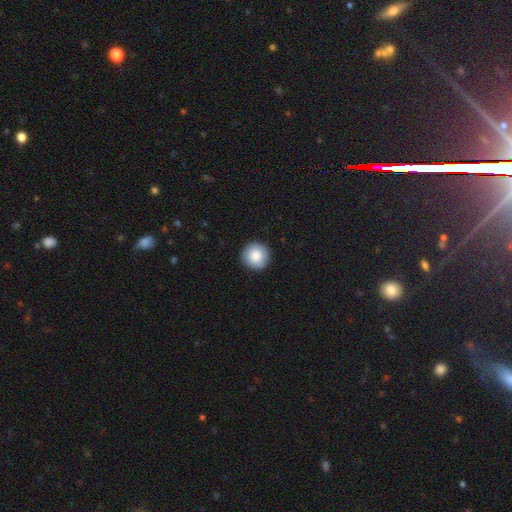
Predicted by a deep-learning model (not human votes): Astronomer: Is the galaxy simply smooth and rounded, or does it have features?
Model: smooth — 86%.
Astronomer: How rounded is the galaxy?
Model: round — 95%.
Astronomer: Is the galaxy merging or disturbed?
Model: none — 91%.